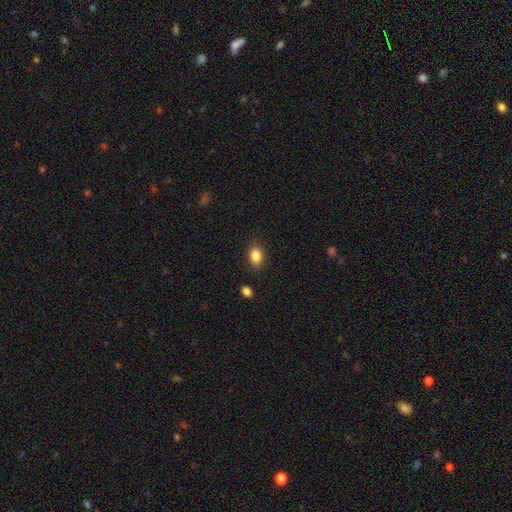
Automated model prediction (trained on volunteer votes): Smooth or featured?
  - smooth: 85% *
  - star or artifact: 9%
  - featured or disk: 6%
How rounded?
  - in between: 75% *
  - round: 23%
  - cigar-shaped: 2%
Merging?
  - none: 83% *
  - minor disturbance: 12%
  - major disturbance: 3%
  - merger: 2%